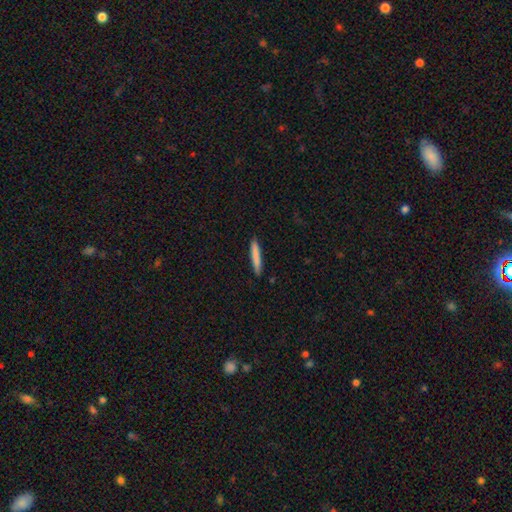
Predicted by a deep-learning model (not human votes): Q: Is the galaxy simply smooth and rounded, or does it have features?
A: smooth — 81%.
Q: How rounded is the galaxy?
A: cigar-shaped — 95%.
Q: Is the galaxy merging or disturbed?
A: none — 91%.